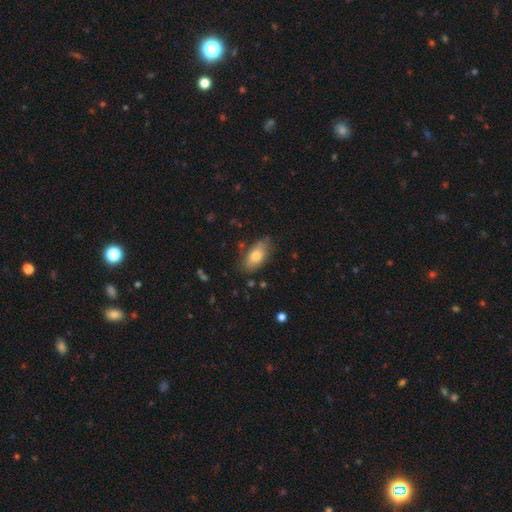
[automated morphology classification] type=smooth (77%); roundness=in between (90%); merging=none (75%).